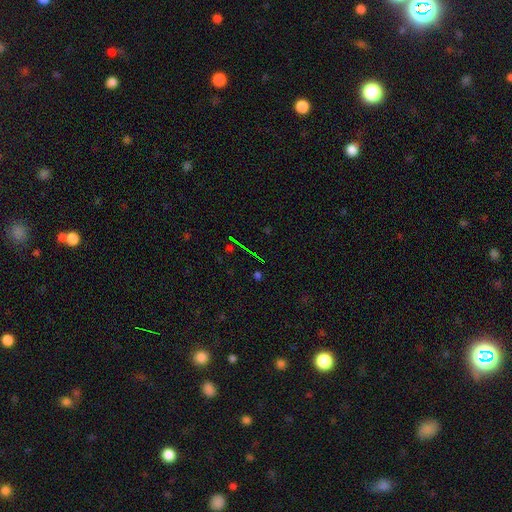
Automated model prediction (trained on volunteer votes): A star or artifact, not a galaxy (72%).